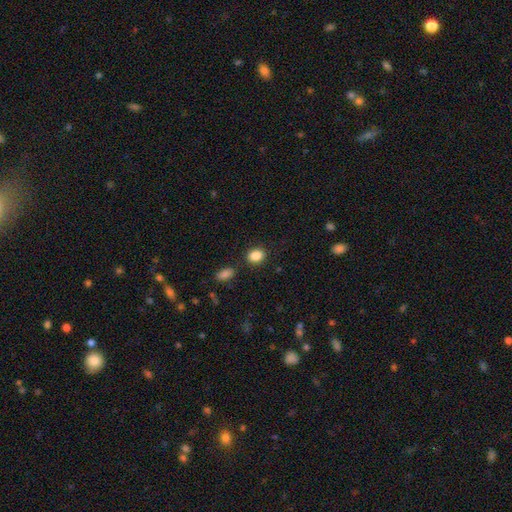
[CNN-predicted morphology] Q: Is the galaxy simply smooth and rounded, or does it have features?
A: smooth — 87%.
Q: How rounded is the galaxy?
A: in between — 61%.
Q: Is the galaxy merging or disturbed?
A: none — 84%.